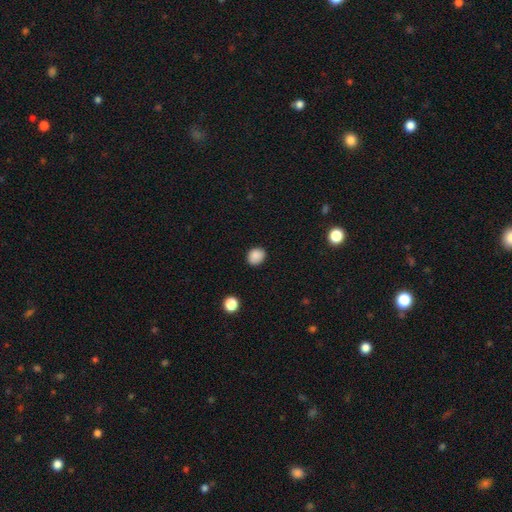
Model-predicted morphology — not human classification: smooth_or_featured: smooth (p=0.87) [alt: star or artifact p=0.10]
how_rounded: round (p=0.58) [alt: in between p=0.41]
merging: none (p=0.86) [alt: minor disturbance p=0.10]